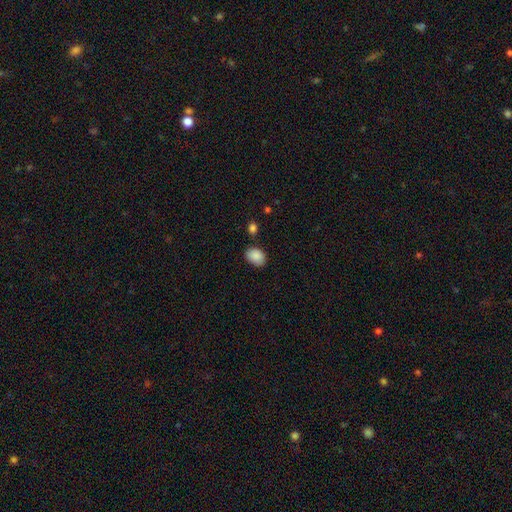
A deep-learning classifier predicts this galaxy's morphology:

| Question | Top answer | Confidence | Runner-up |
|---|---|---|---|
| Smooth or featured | smooth | 88% | star or artifact (7%) |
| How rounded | in between | 75% | round (24%) |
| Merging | none | 77% | minor disturbance (16%) |